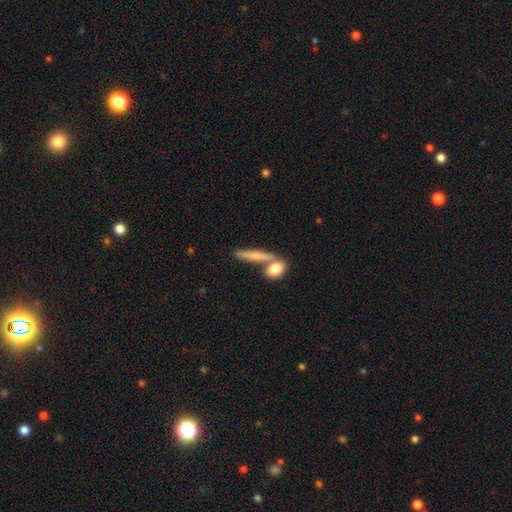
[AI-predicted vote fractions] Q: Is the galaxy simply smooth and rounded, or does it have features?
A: smooth — 71%.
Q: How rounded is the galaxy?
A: cigar-shaped — 66%.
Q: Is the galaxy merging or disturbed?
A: none — 56%.